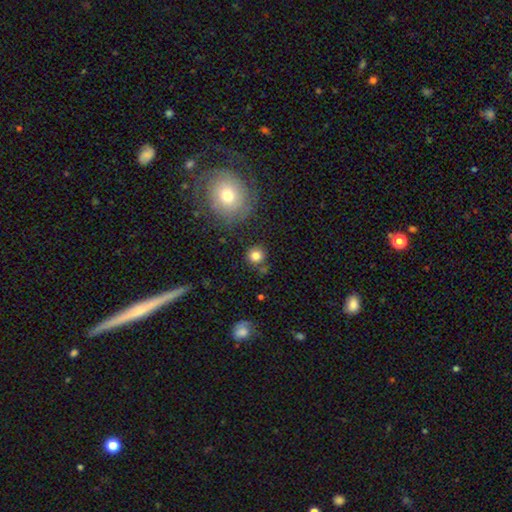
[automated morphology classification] Overall: smooth (81%). How rounded: round (92%). Merging: none (84%).